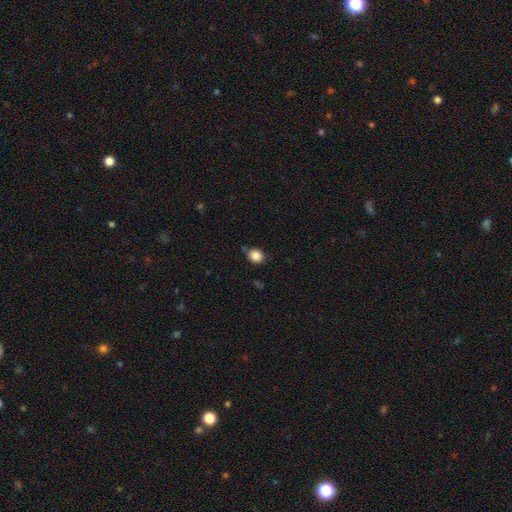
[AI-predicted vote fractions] smooth 86%, star or artifact 10%, featured or disk 4%. Down the decision tree: how rounded — round (66%); merging — none (76%).